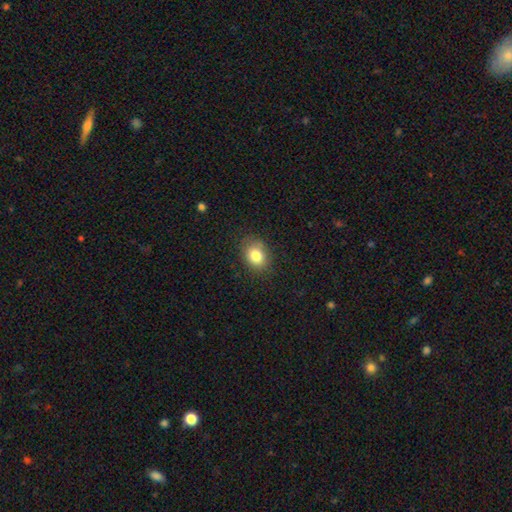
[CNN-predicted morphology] Q: Smooth or featured?
A: smooth (82%); runner-up: star or artifact (9%)
Q: How rounded?
A: in between (64%); runner-up: round (35%)
Q: Merging?
A: none (83%); runner-up: minor disturbance (13%)